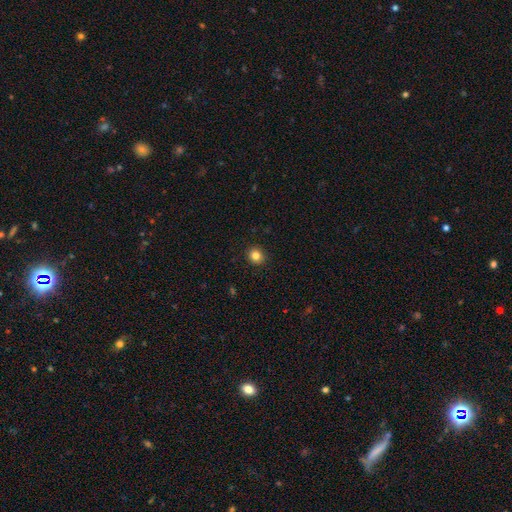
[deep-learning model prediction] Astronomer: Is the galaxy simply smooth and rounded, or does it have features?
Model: smooth — 83%.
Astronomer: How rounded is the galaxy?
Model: round — 89%.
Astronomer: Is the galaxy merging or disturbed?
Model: none — 92%.